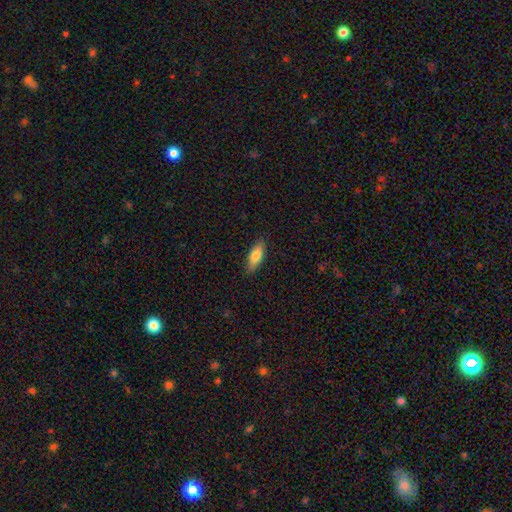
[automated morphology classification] smooth-or-featured: smooth: 80% | featured or disk: 14% | star or artifact: 6%
  how-rounded: in between: 71% | cigar-shaped: 27% | round: 2%
  merging: none: 86% | minor disturbance: 10% | major disturbance: 2% | merger: 1%